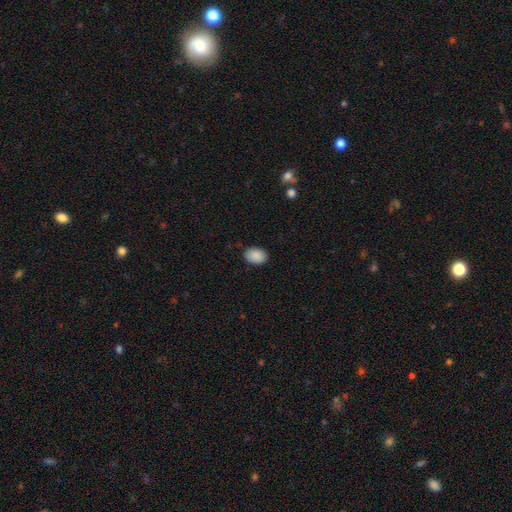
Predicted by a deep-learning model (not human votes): This is clearly a smooth galaxy (90%). How rounded: likely in between (79%). Merging: clearly none (87%).